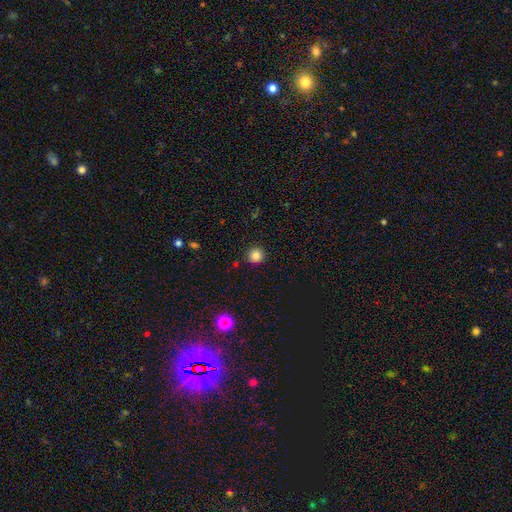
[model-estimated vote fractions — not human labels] The model was most divided on "smooth or featured": smooth: 84%, star or artifact: 12%, featured or disk: 4%. More confident: how rounded — round (95%); merging — none (91%).